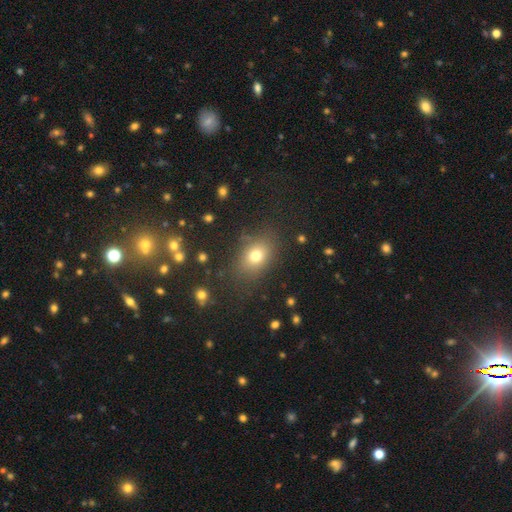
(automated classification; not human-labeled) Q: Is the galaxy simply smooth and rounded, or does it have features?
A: smooth — 75%.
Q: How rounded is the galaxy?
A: in between — 65%.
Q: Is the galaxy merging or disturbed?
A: none — 79%.